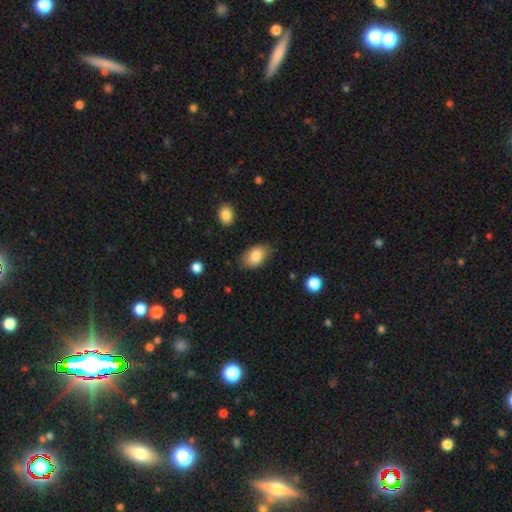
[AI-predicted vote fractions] Smooth or featured? Predicted: smooth (p=0.83). How rounded? Predicted: in between (p=0.87). Merging? Predicted: none (p=0.79).